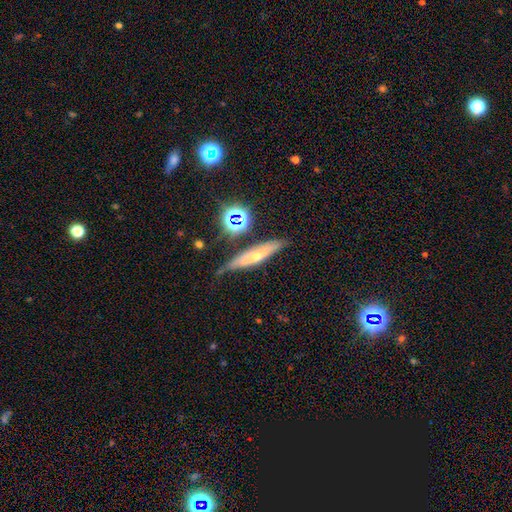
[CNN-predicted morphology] Smooth or featured? featured or disk (47%)
Merging? none (75%)